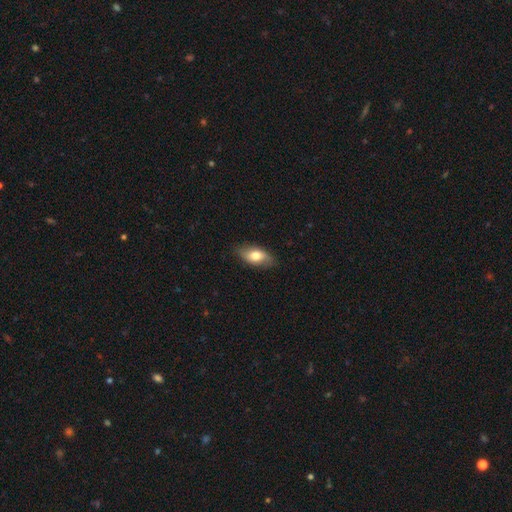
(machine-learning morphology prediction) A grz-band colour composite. It shows a smooth galaxy with no disk features (70%) that is in between round and cigar-shaped (88%). Merging: none (82%).